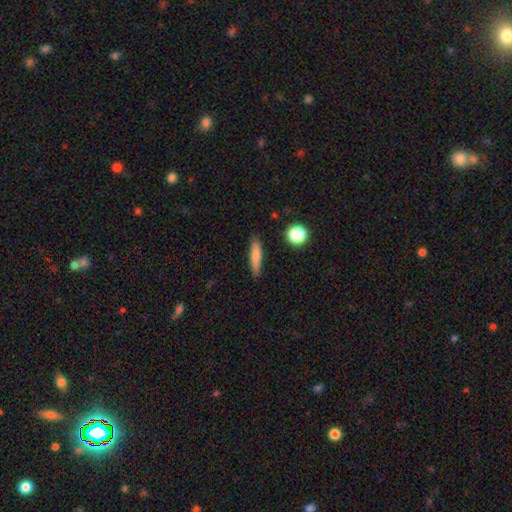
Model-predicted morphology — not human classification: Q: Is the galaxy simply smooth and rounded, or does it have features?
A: smooth — 78%.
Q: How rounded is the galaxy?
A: cigar-shaped — 83%.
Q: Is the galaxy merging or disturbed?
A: none — 85%.